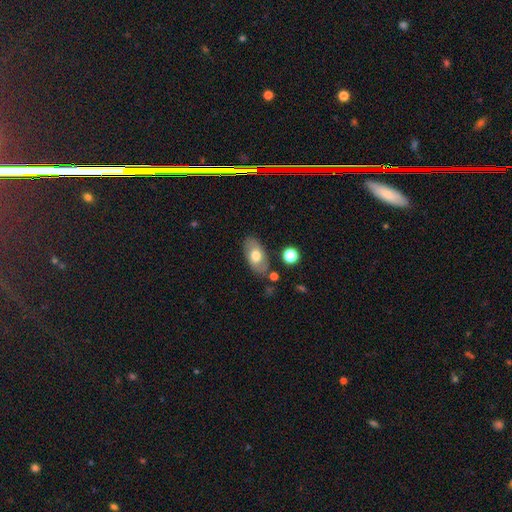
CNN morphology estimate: This is likely a smooth galaxy (65%). How rounded: clearly in between (92%). Merging: likely none (78%).